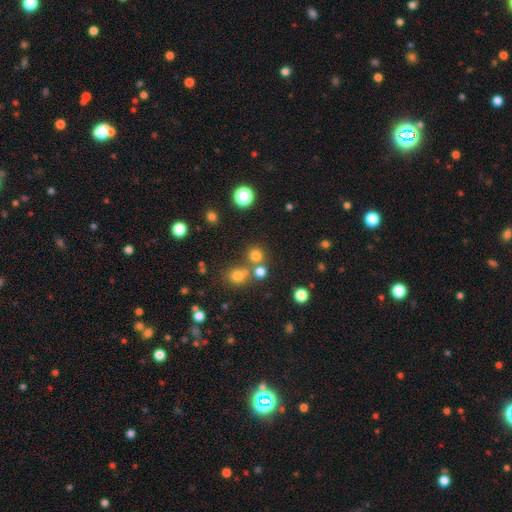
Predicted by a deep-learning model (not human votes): A smooth galaxy with no disk features (73%) that is round (89%).

Vote fractions:
- Smooth or featured? smooth: 73% / star or artifact: 20% / featured or disk: 7%
- How rounded? round: 89% / in between: 10% / cigar-shaped: 1%
- Merging? none: 67% / merger: 22% / minor disturbance: 8% / major disturbance: 3%